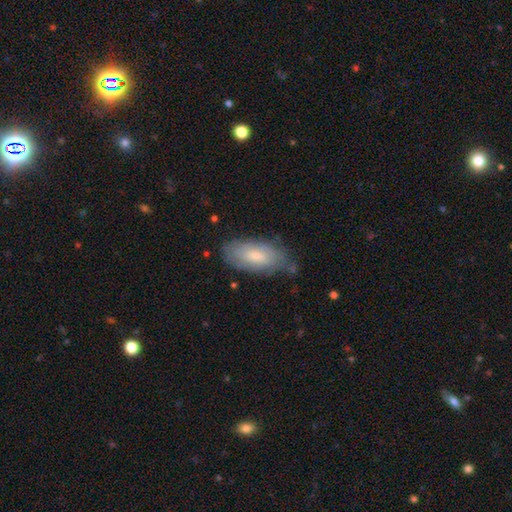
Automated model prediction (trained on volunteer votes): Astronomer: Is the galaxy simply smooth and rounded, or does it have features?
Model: smooth — 64%.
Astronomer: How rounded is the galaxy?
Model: in between — 88%.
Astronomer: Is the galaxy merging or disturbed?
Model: none — 66%.